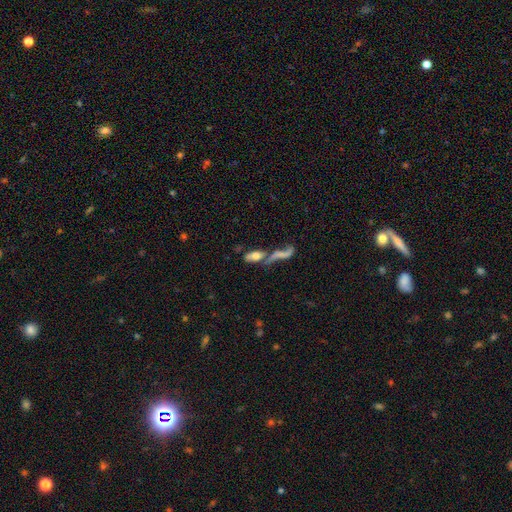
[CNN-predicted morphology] smooth_or_featured: smooth (p=0.55) [alt: featured or disk p=0.35]
how_rounded: in between (p=0.70) [alt: cigar-shaped p=0.24]
merging: merger (p=0.54) [alt: none p=0.23]